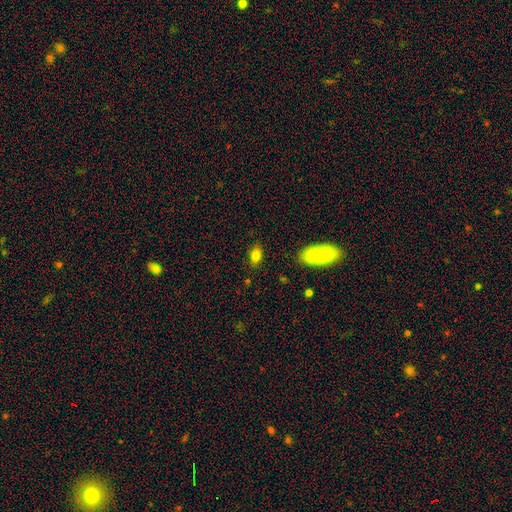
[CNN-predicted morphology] This appears to be a smooth galaxy with no disk features (82%) that is in between round and cigar-shaped (87%). Merging: none (84%).